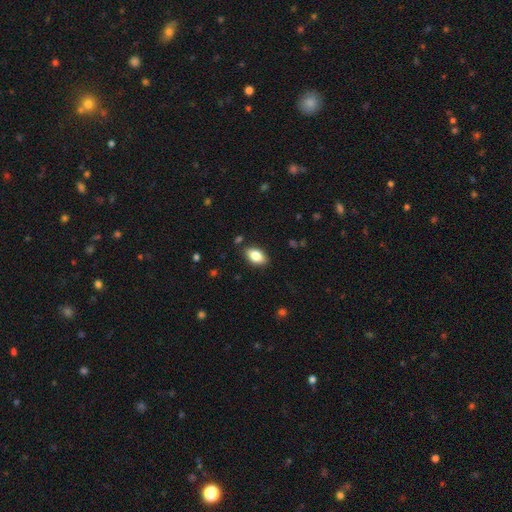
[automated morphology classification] A smooth galaxy with no disk features (82%) that is in between round and cigar-shaped (91%). Merging: none (85%).